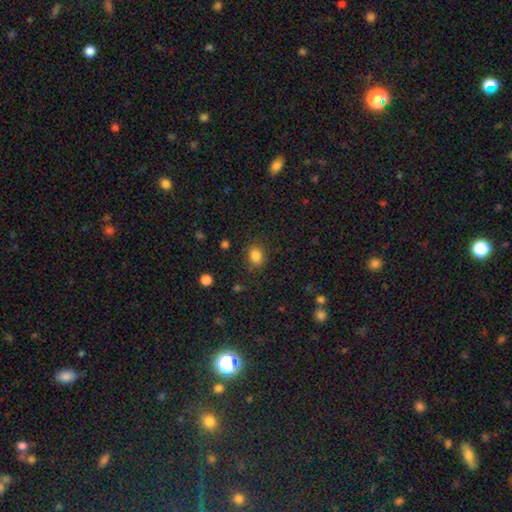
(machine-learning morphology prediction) The model was most divided on "how rounded": in between: 52%, round: 47%, cigar-shaped: 1%. More confident: smooth or featured — smooth (84%); merging — none (82%).